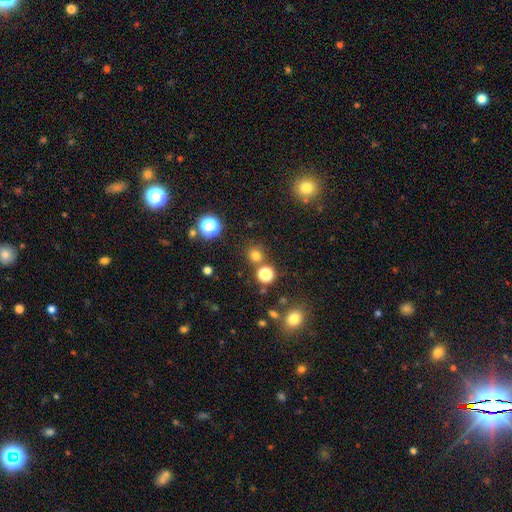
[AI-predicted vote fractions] A smooth galaxy with no disk features (73%) that is round (91%).

Vote fractions:
- Smooth or featured? smooth: 73% / star or artifact: 21% / featured or disk: 5%
- How rounded? round: 91% / in between: 8% / cigar-shaped: 1%
- Merging? none: 80% / merger: 10% / minor disturbance: 7% / major disturbance: 3%